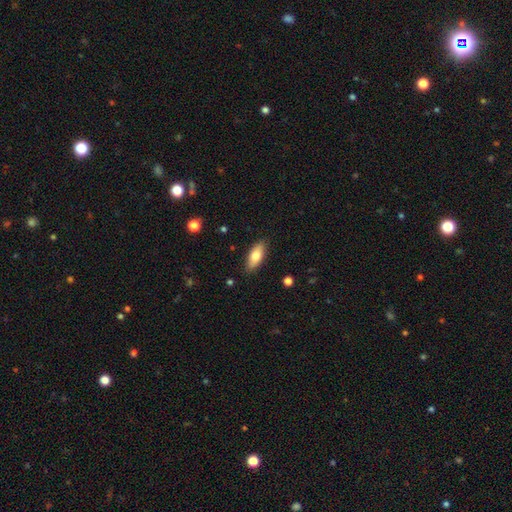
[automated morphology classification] Smooth or featured?
  - smooth: 75% *
  - featured or disk: 19%
  - star or artifact: 6%
How rounded?
  - in between: 78% *
  - cigar-shaped: 20%
  - round: 2%
Merging?
  - none: 87% *
  - minor disturbance: 10%
  - major disturbance: 2%
  - merger: 1%